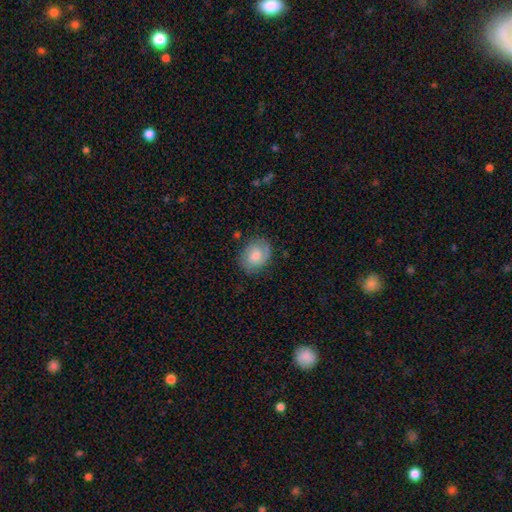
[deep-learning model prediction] Overall: smooth (46%, tied with featured or disk). Merging: none (78%).